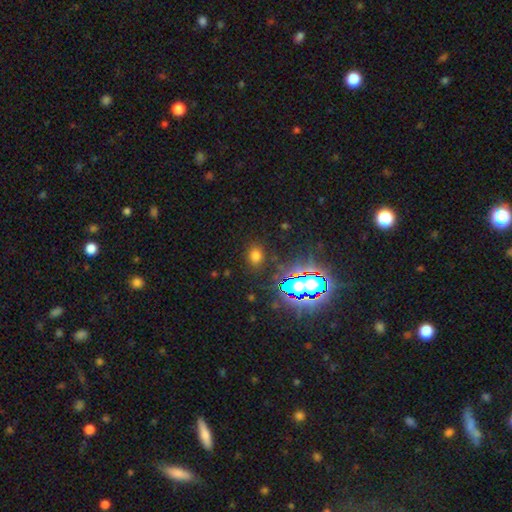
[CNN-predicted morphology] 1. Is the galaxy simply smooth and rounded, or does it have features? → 64% smooth, 29% star or artifact, 7% featured or disk.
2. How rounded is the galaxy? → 54% in between, 44% round, 2% cigar-shaped.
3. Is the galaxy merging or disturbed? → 84% none, 10% minor disturbance, 4% major disturbance, 2% merger.